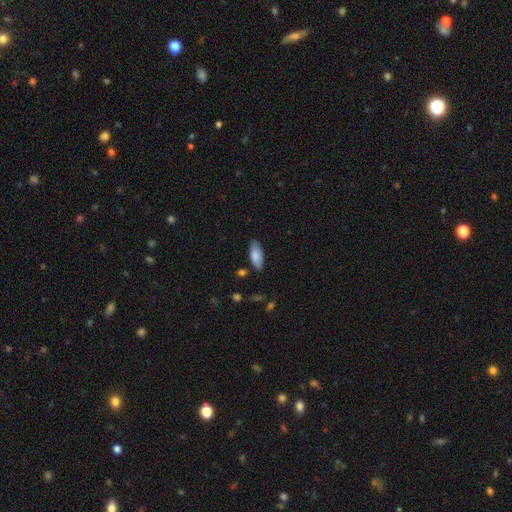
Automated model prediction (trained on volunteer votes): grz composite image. It shows a smooth galaxy with no disk features (83%) that is in between round and cigar-shaped (78%). Merging: none (83%).